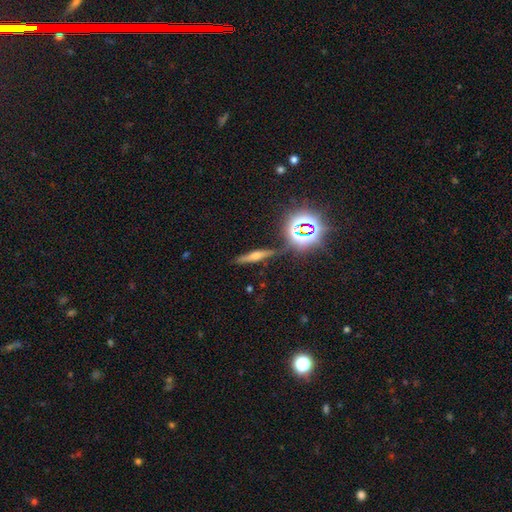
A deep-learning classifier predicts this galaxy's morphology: featured or disk 50%, star or artifact 27%, smooth 22%. Down the decision tree: edge-on disk — yes (93%); merging — none (87%).